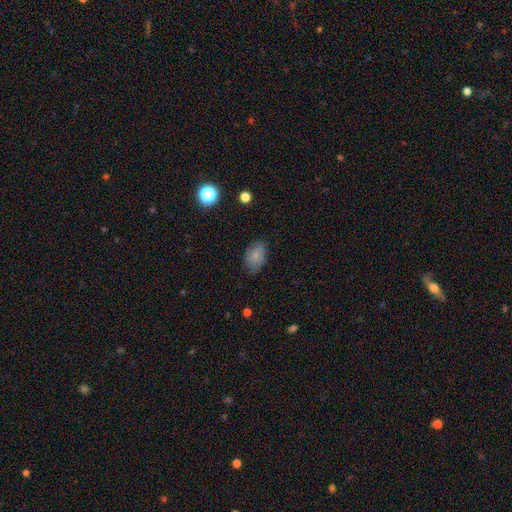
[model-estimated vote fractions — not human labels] This is likely a smooth galaxy (79%). How rounded: clearly in between (86%). Merging: likely none (76%).